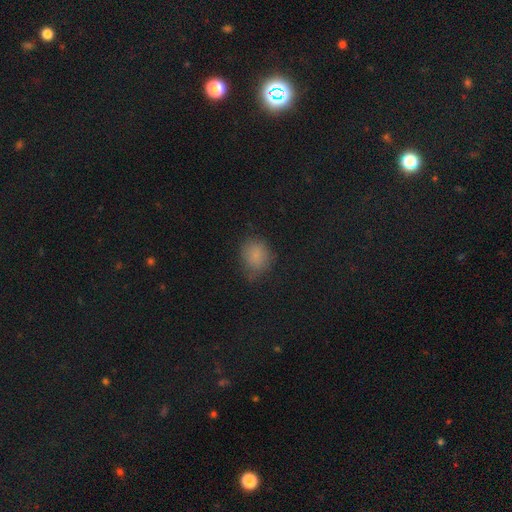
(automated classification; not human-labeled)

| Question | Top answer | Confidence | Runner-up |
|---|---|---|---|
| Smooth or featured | smooth | 78% | star or artifact (16%) |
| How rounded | round | 61% | in between (38%) |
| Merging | none | 65% | minor disturbance (26%) |